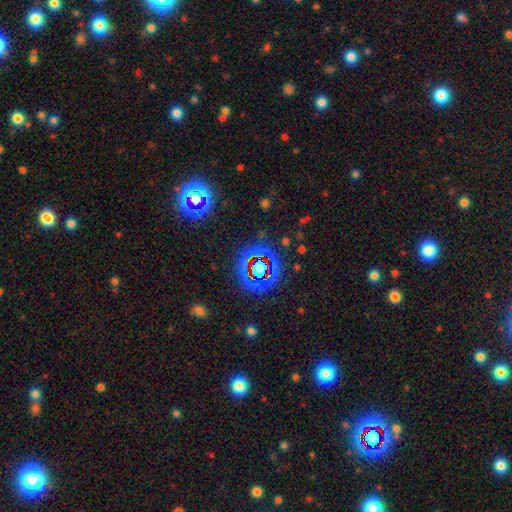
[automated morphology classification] type=star or artifact (73%).